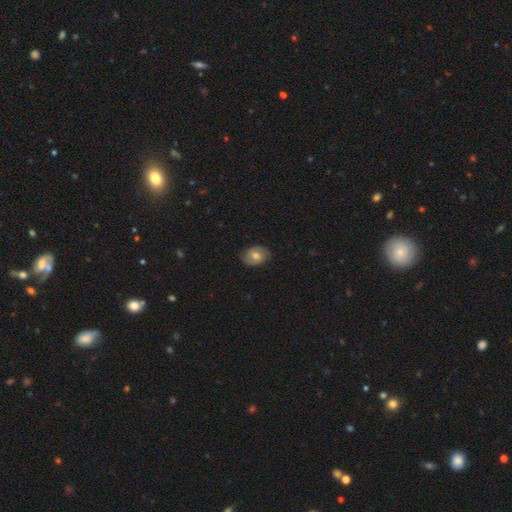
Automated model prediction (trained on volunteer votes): smooth-or-featured: smooth: 49% | featured or disk: 43% | star or artifact: 8%
  merging: none: 79% | minor disturbance: 16% | major disturbance: 4% | merger: 1%